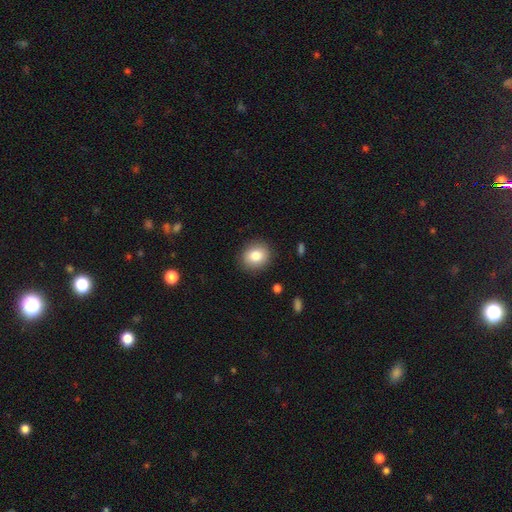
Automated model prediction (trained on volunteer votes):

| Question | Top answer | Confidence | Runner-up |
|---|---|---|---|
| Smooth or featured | smooth | 82% | featured or disk (9%) |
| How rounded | round | 72% | in between (27%) |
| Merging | none | 89% | minor disturbance (8%) |